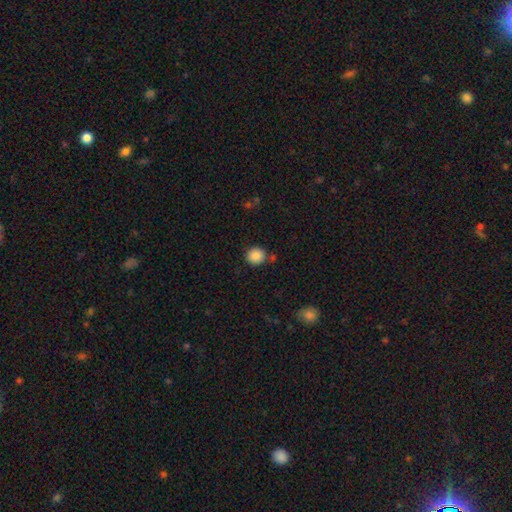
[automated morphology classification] smooth 88%, star or artifact 9%, featured or disk 3%. Down the decision tree: how rounded — round (87%); merging — none (79%).